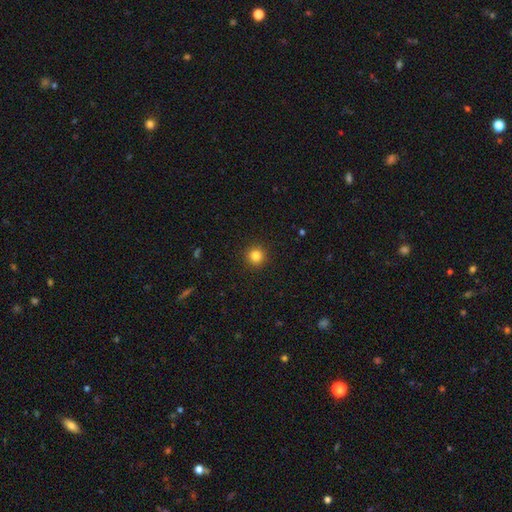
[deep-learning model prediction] Smooth or featured?
  - smooth: 83% *
  - star or artifact: 12%
  - featured or disk: 5%
How rounded?
  - round: 95% *
  - in between: 4%
  - cigar-shaped: 1%
Merging?
  - none: 93% *
  - minor disturbance: 5%
  - major disturbance: 2%
  - merger: 1%